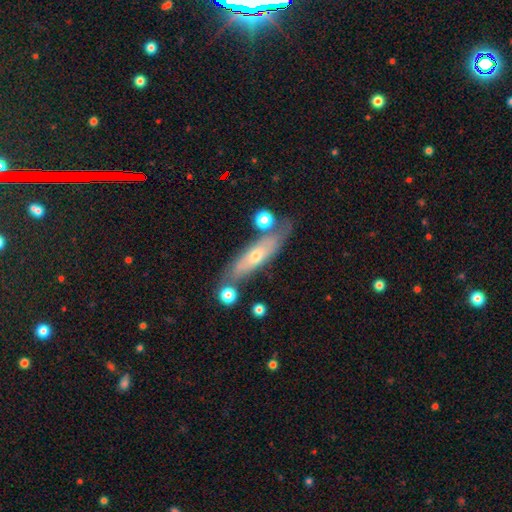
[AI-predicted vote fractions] Q: Smooth or featured?
A: featured or disk (55%); runner-up: smooth (37%)
Q: Edge-on disk?
A: no (52%); runner-up: yes (48%)
Q: Merging?
A: none (70%); runner-up: minor disturbance (17%)